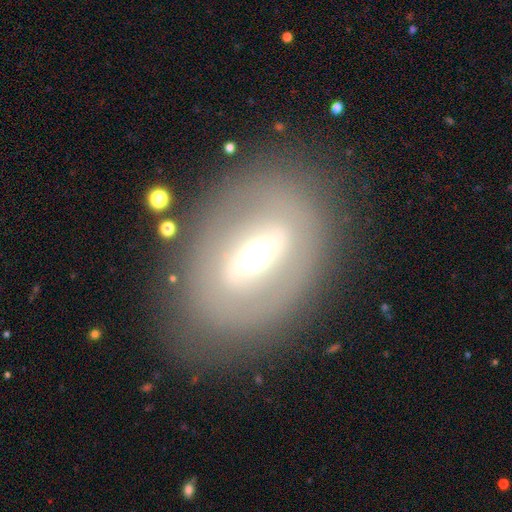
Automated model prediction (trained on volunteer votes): featured or disk 63%, smooth 28%, star or artifact 9%. Down the decision tree: edge-on disk — no (87%); bar — strong (46%); spiral arms — no (76%); bulge size — moderate (62%); merging — none (79%).